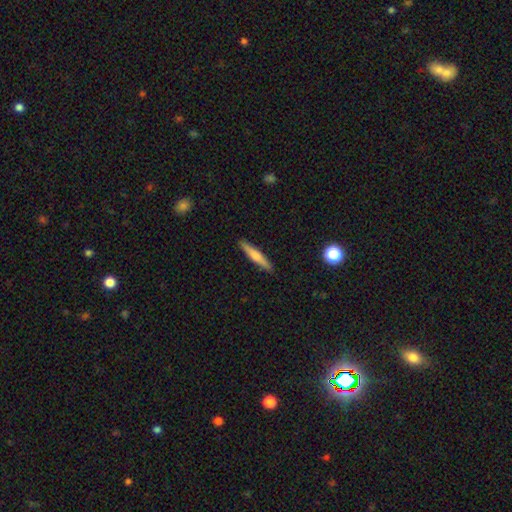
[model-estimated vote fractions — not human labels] Morphology: type=smooth (62%); roundness=cigar-shaped (92%); merging=none (91%).